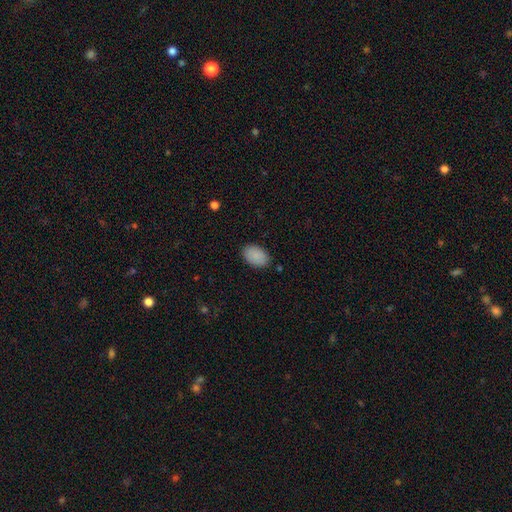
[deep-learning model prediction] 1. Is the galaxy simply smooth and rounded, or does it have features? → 90% smooth, 7% star or artifact, 4% featured or disk.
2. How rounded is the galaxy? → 90% in between, 9% round, 1% cigar-shaped.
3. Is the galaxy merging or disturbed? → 87% none, 10% minor disturbance, 2% major disturbance, 1% merger.